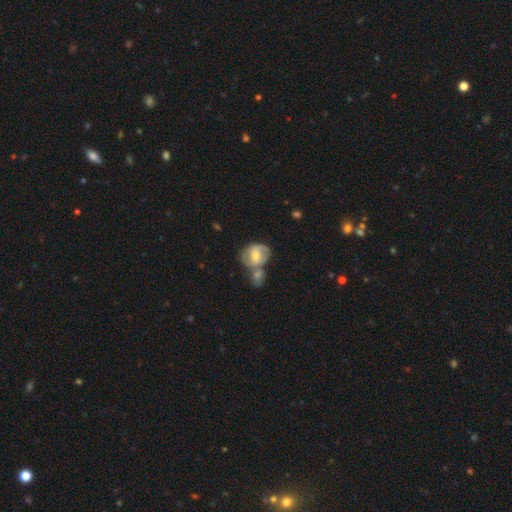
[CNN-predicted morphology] This appears to be a featured or disk galaxy (50%). Merging: merger (54%).